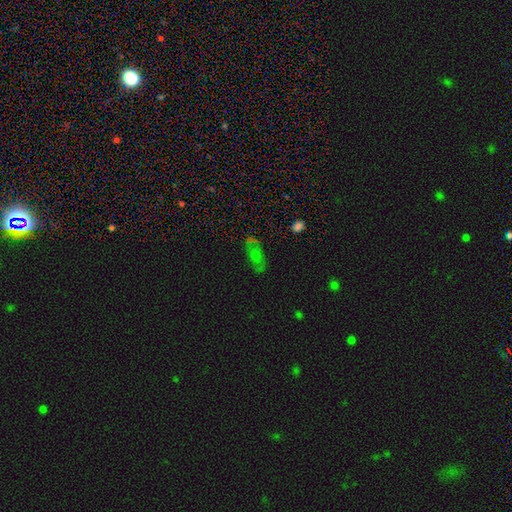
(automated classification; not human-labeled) Smooth or featured?
  - smooth: 46% *
  - featured or disk: 29%
  - star or artifact: 25%
Merging?
  - none: 62% *
  - minor disturbance: 20%
  - major disturbance: 9%
  - merger: 9%